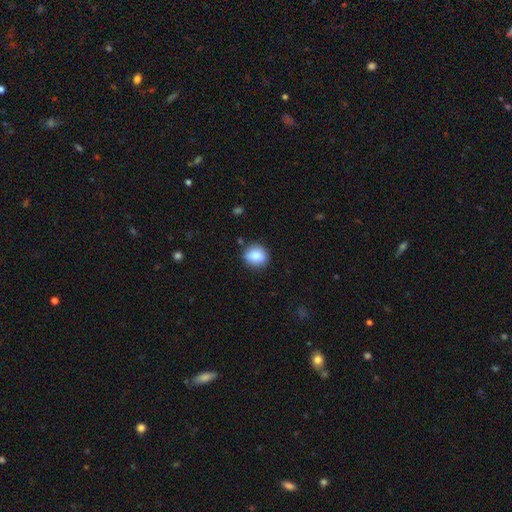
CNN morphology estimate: The model was most divided on "how rounded": round: 74%, in between: 25%, cigar-shaped: 1%. More confident: smooth or featured — smooth (85%); merging — none (84%).